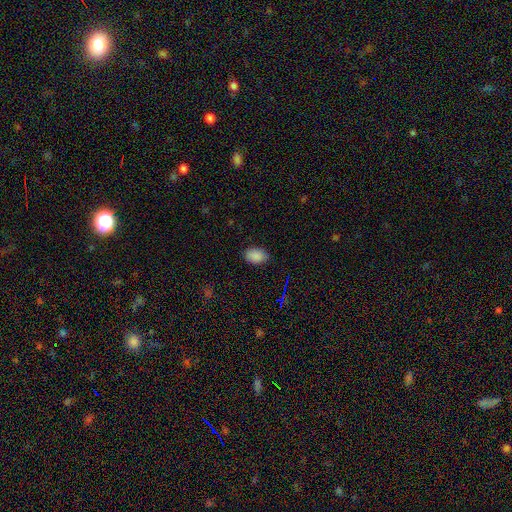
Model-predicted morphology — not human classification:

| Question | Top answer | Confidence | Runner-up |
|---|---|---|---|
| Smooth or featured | smooth | 87% | star or artifact (9%) |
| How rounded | in between | 87% | round (12%) |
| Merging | none | 82% | minor disturbance (15%) |